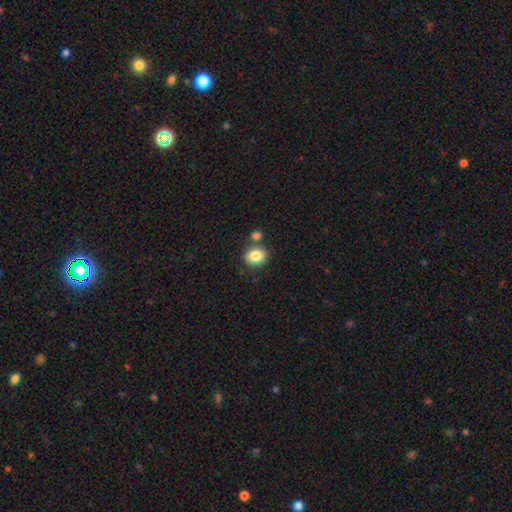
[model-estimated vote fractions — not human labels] smooth 85%, star or artifact 9%, featured or disk 6%. Down the decision tree: how rounded — round (53%); merging — none (70%).